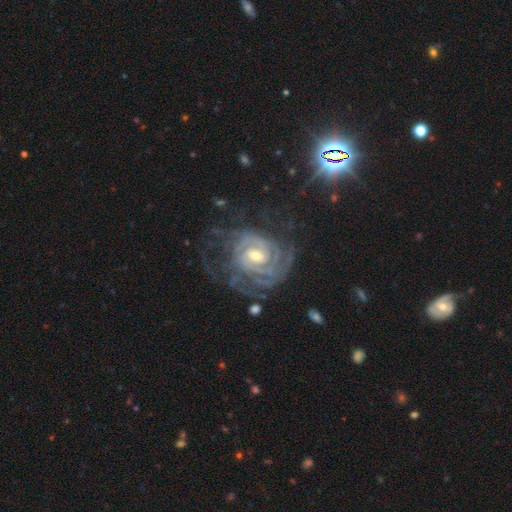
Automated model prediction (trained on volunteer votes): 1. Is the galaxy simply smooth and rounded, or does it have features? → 91% featured or disk, 5% star or artifact, 4% smooth.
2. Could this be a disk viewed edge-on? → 97% no, 3% yes.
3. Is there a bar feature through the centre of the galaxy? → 48% weak, 32% no, 20% strong.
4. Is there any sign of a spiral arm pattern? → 98% yes, 2% no.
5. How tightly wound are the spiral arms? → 77% tight, 19% medium, 4% loose.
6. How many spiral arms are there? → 30% can't tell, 20% 2, 18% 3, 17% 4, 9% more than 4, 7% 1.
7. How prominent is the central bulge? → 48% moderate (tied), 48% small (tied), 2% large, 1% none, 1% dominant.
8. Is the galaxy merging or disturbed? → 64% none, 19% minor disturbance, 16% major disturbance, 2% merger.